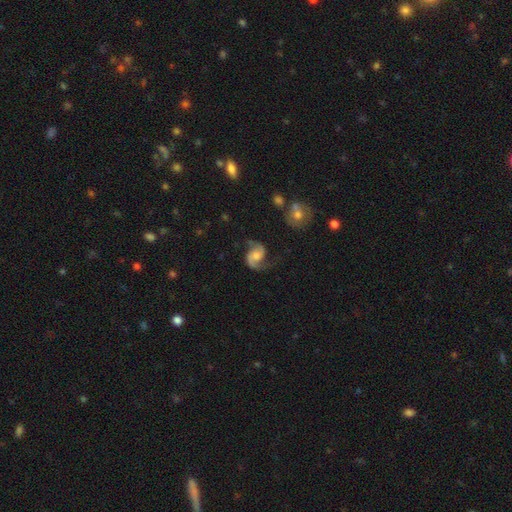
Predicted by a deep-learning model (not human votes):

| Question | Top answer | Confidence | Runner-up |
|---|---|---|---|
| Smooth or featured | featured or disk | 87% | smooth (8%) |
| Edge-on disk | no | 98% | yes (2%) |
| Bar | no | 60% | weak (33%) |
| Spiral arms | yes | 97% | no (3%) |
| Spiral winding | medium | 48% | loose (40%) |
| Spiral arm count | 2 | 91% | 1 (4%) |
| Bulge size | moderate | 47% | small (30%) |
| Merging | none | 69% | minor disturbance (17%) |